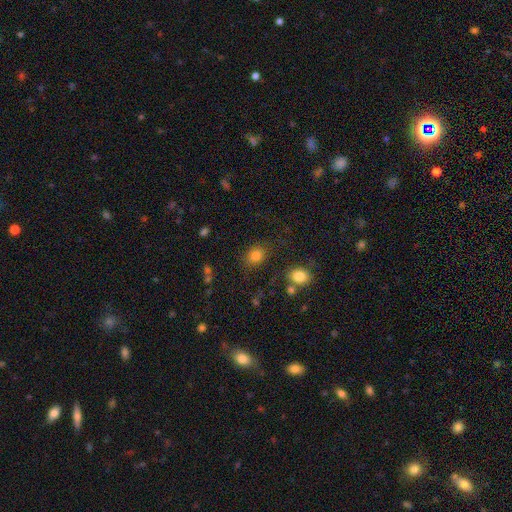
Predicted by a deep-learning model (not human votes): Morphology: type=smooth (81%); roundness=round (50%); merging=none (78%).